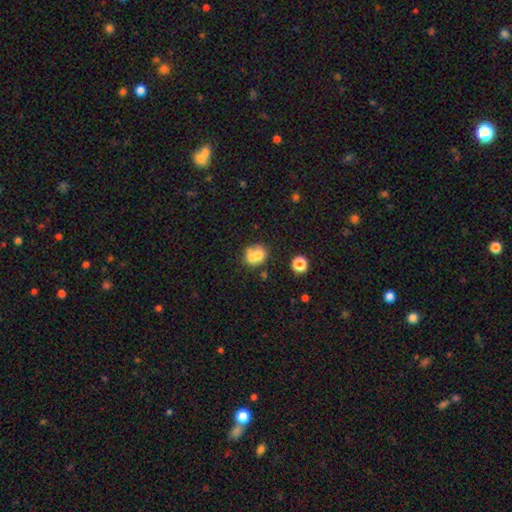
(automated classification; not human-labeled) smooth_or_featured: smooth (p=0.65) [alt: featured or disk p=0.24]
how_rounded: round (p=0.69) [alt: in between p=0.30]
merging: merger (p=0.52) [alt: none p=0.33]